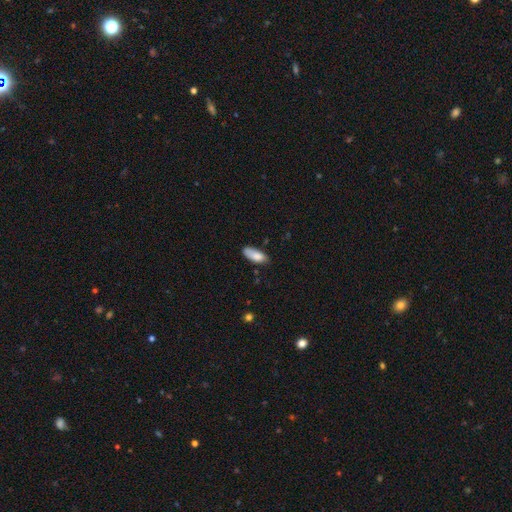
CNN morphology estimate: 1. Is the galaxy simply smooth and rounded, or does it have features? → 85% smooth, 8% featured or disk, 7% star or artifact.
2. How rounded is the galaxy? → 79% in between, 20% cigar-shaped, 2% round.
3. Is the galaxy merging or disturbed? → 68% none, 25% minor disturbance, 4% major disturbance, 3% merger.